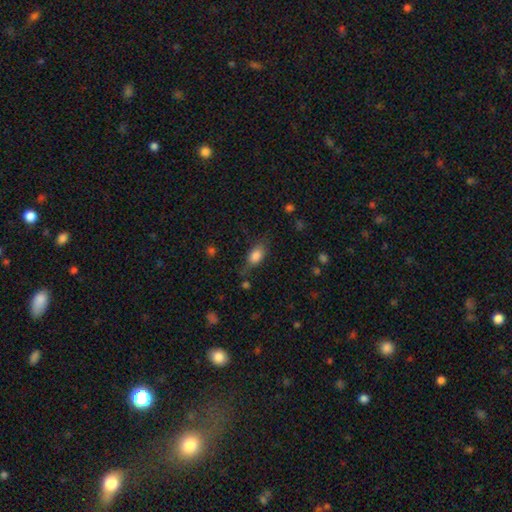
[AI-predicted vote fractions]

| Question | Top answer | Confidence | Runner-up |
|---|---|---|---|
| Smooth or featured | smooth | 81% | featured or disk (11%) |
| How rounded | in between | 83% | round (9%) |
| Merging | none | 62% | minor disturbance (25%) |